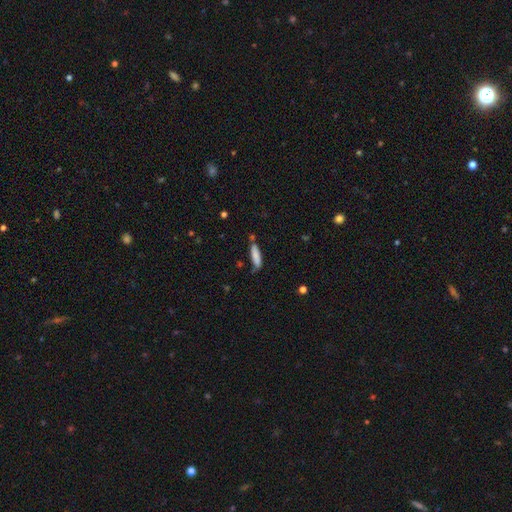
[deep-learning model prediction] A smooth galaxy with no disk features (82%) that is cigar-shaped (73%). Merging: none (69%).